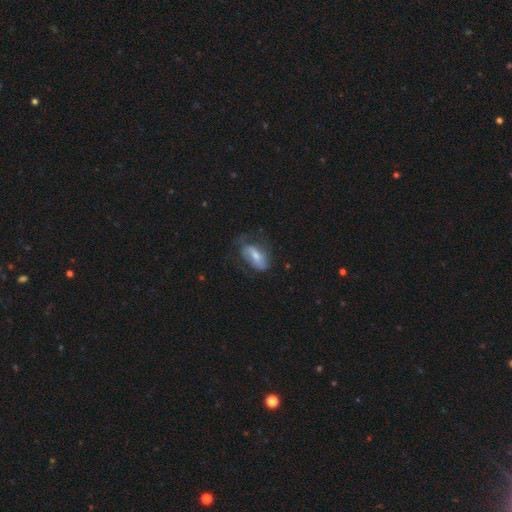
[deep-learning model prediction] Smooth or featured? Predicted: featured or disk (p=0.48). Merging? Predicted: none (p=0.46).